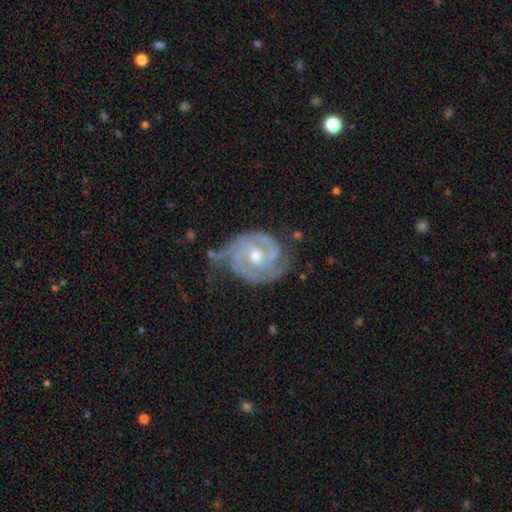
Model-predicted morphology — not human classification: This is clearly a featured or disk galaxy (91%). It is clearly not viewed edge-on (98%). Bar: possibly no (57%). Spiral arm pattern: clearly yes (97%). Spiral arm count: possibly 2 (49%). Spiral winding: likely tight (61%). Central bulge: likely moderate (74%). Merging: possibly none (57%).